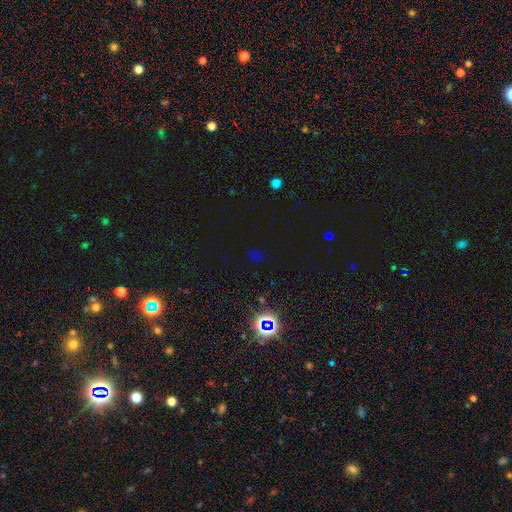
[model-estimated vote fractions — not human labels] Smooth or featured? Predicted: star or artifact (p=0.66).